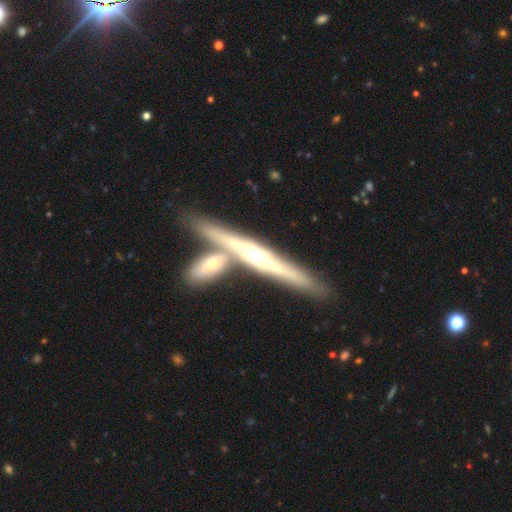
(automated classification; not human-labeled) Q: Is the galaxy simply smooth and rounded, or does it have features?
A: featured or disk — 77%.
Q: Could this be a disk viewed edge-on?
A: yes — 94%.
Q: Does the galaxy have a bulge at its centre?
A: rounded — 82%.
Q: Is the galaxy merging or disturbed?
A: none — 63%.